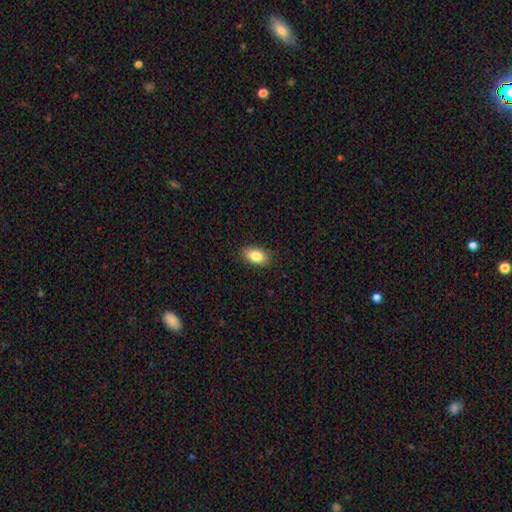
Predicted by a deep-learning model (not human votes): A smooth galaxy with no disk features (83%) that is in between round and cigar-shaped (91%).

Vote fractions:
- Smooth or featured? smooth: 83% / featured or disk: 9% / star or artifact: 8%
- How rounded? in between: 91% / round: 6% / cigar-shaped: 2%
- Merging? none: 88% / minor disturbance: 9% / major disturbance: 2% / merger: 1%